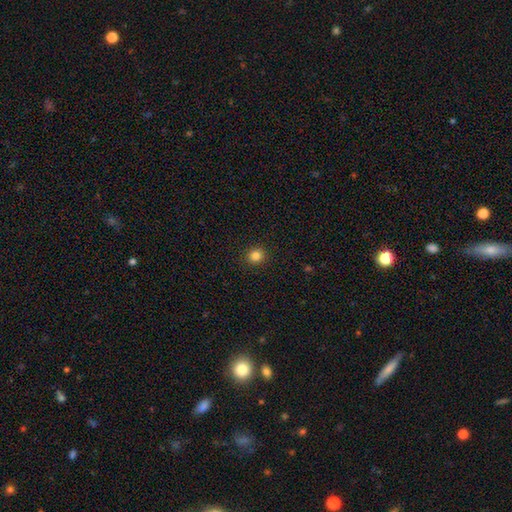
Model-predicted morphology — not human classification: Smooth or featured? smooth (83%)
How rounded? round (85%)
Merging? none (92%)